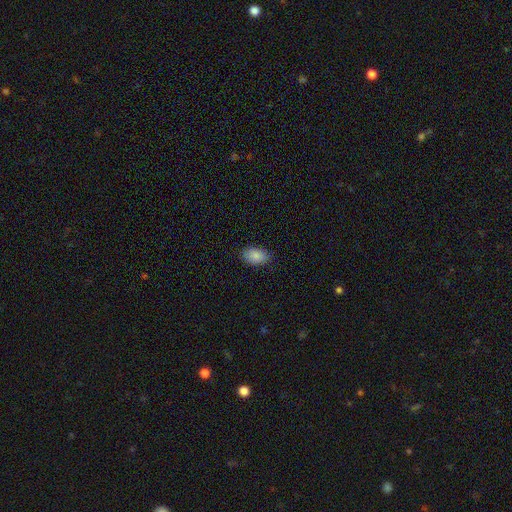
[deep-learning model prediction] This is clearly a smooth galaxy (88%). How rounded: clearly in between (92%). Merging: clearly none (84%).